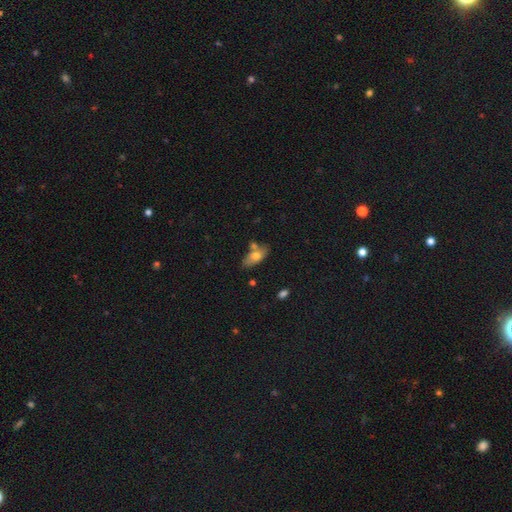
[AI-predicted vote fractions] This appears to be a smooth galaxy with no disk features (67%) that is in between round and cigar-shaped (87%). Merging: none (59%).